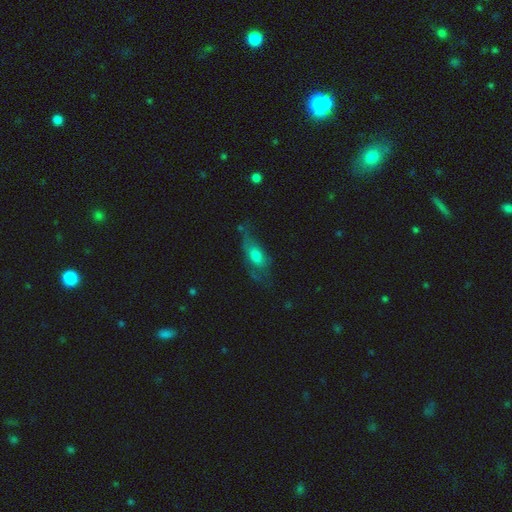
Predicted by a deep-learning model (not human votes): The model was most divided on "smooth or featured": smooth: 51%, featured or disk: 39%, star or artifact: 10%. Remaining: how rounded — in between (75%); merging — none (45%).